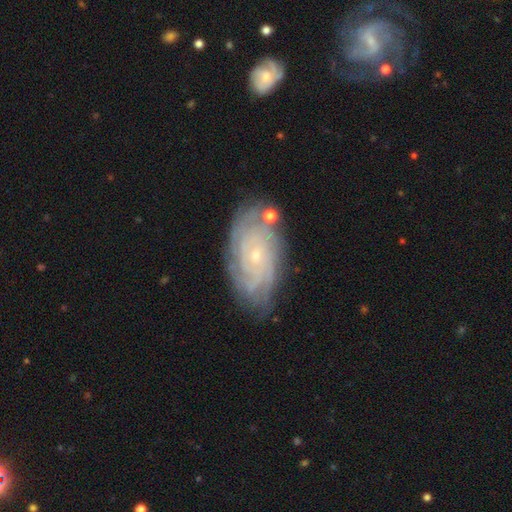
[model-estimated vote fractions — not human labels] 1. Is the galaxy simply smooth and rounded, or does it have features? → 84% featured or disk, 10% smooth, 6% star or artifact.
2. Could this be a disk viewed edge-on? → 95% no, 5% yes.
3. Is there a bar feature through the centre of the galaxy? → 79% no, 18% weak, 4% strong.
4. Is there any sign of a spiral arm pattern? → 96% yes, 4% no.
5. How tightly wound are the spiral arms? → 80% tight, 17% medium, 4% loose.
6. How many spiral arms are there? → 34% can't tell, 24% 4, 14% 3, 12% more than 4, 10% 2, 6% 1.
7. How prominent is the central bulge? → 83% small, 13% moderate, 2% none, 1% large, 1% dominant.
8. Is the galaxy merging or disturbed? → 76% none, 17% minor disturbance, 4% major disturbance, 3% merger.